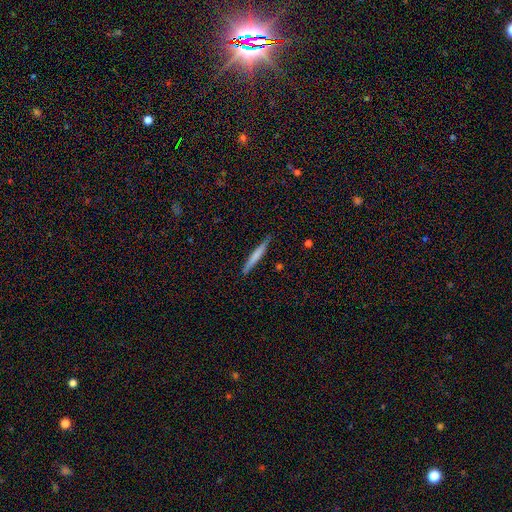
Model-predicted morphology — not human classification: The model was most divided on "smooth or featured": smooth: 66%, featured or disk: 29%, star or artifact: 5%. More confident: how rounded — cigar-shaped (96%); merging — none (87%).